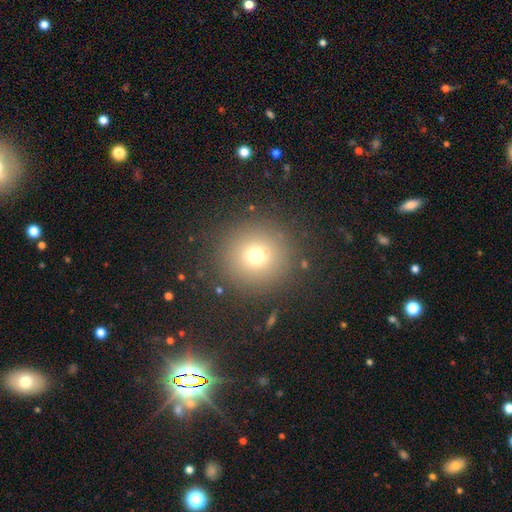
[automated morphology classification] Smooth or featured? smooth (71%)
How rounded? round (95%)
Merging? none (88%)